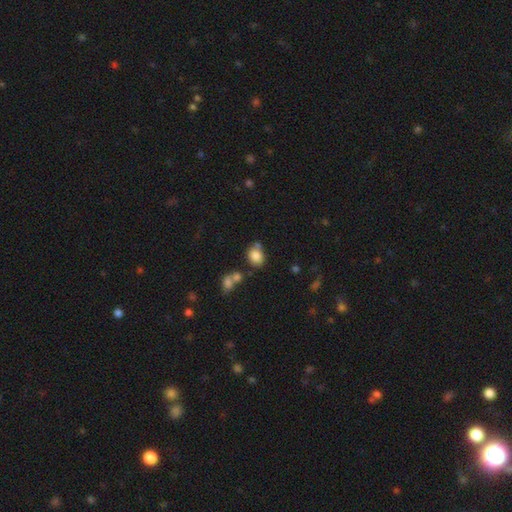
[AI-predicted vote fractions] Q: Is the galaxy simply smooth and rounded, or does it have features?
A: smooth — 82%.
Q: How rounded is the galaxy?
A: round — 52%.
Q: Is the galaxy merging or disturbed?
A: none — 58%.